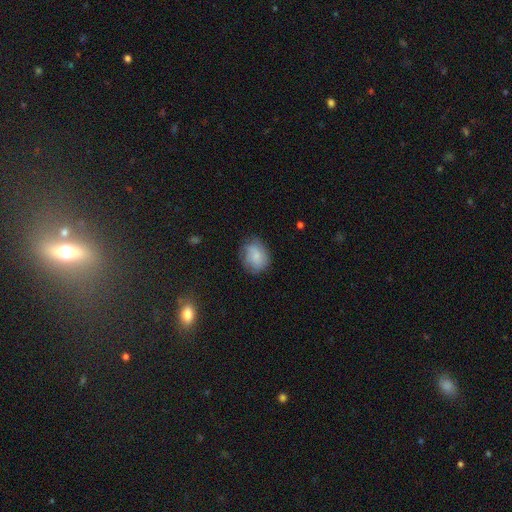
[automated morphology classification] The model was most divided on "how rounded" (2-way tie): round: 49%, in between: 49%, cigar-shaped: 1%. More confident: smooth or featured — smooth (70%); merging — none (69%).